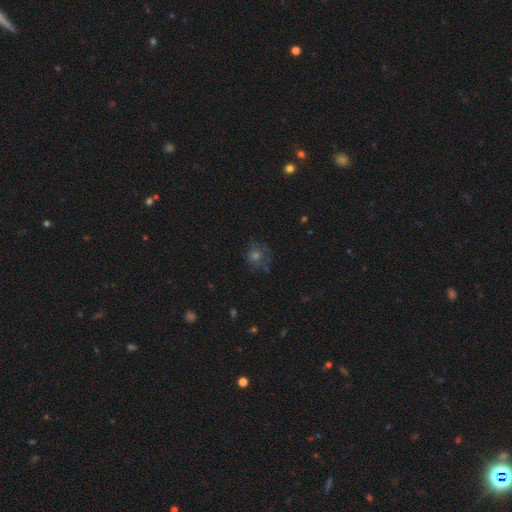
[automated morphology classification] Smooth or featured: smooth — 50% (star or artifact — 28%)
Merging: none — 68% (minor disturbance — 19%)